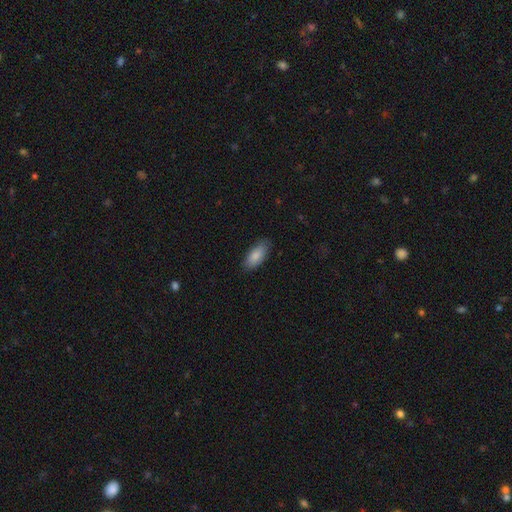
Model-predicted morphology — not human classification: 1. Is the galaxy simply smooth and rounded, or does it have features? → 87% smooth, 7% featured or disk, 6% star or artifact.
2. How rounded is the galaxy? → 88% in between, 10% cigar-shaped, 2% round.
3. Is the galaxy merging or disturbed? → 83% none, 14% minor disturbance, 2% major disturbance, 1% merger.